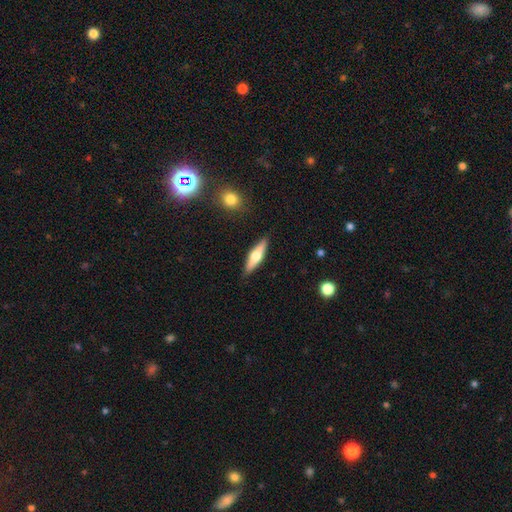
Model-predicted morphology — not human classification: Smooth or featured? Predicted: featured or disk (p=0.52). Edge-on disk? Predicted: yes (p=0.94). Merging? Predicted: none (p=0.88).